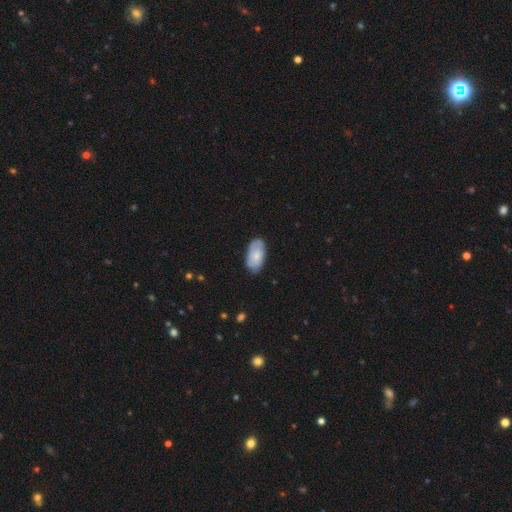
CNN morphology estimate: Smooth or featured? Predicted: smooth (p=0.66). How rounded? Predicted: in between (p=0.94). Merging? Predicted: none (p=0.76).